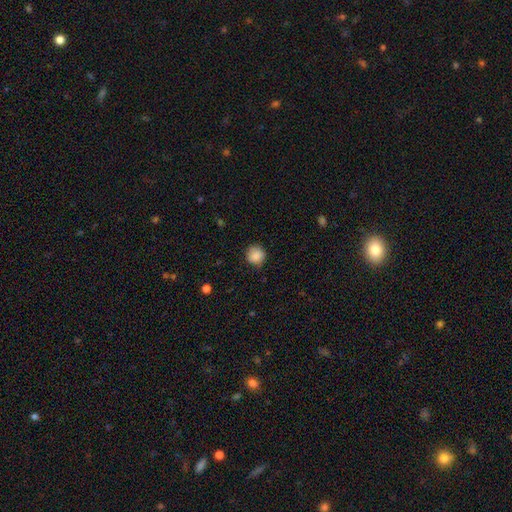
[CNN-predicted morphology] A smooth galaxy with no disk features (87%) that is round (91%).

Vote fractions:
- Smooth or featured? smooth: 87% / star or artifact: 8% / featured or disk: 5%
- How rounded? round: 91% / in between: 8% / cigar-shaped: 1%
- Merging? none: 84% / minor disturbance: 13% / major disturbance: 3% / merger: 1%